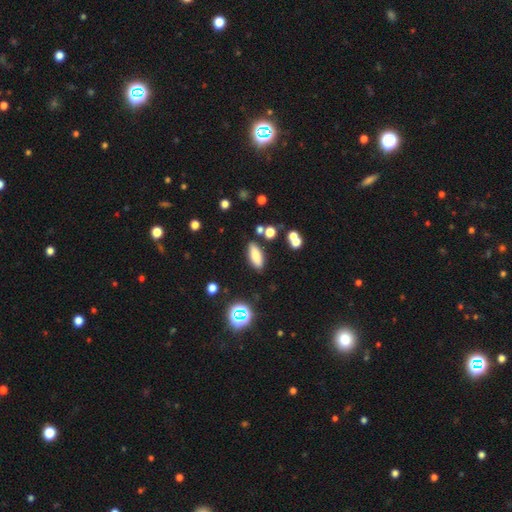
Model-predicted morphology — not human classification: Smooth or featured?
  - smooth: 75% *
  - featured or disk: 14%
  - star or artifact: 11%
How rounded?
  - in between: 71% *
  - cigar-shaped: 26%
  - round: 3%
Merging?
  - none: 81% *
  - minor disturbance: 11%
  - merger: 5%
  - major disturbance: 3%